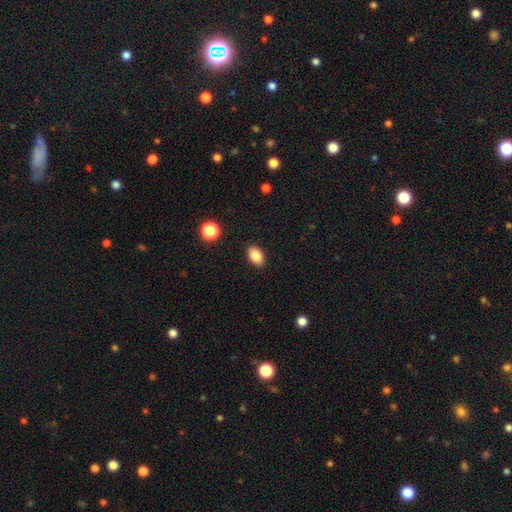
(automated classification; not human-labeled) A smooth galaxy with no disk features (86%) that is in between round and cigar-shaped (88%). Merging: none (89%).